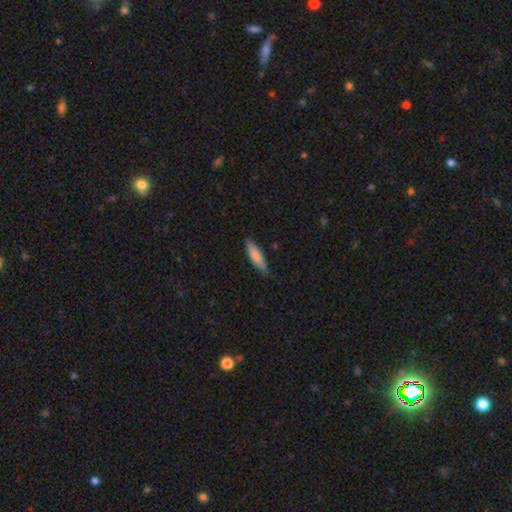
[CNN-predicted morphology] Smooth or featured? smooth (77%)
How rounded? cigar-shaped (71%)
Merging? none (84%)